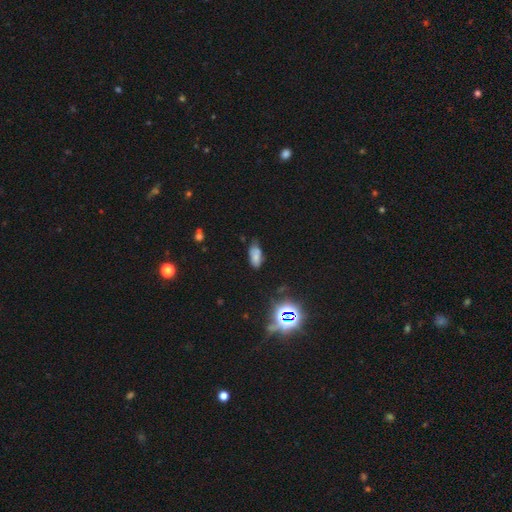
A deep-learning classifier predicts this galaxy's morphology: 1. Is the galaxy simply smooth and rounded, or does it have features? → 66% smooth, 18% star or artifact, 16% featured or disk.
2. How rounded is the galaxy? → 87% in between, 9% cigar-shaped, 3% round.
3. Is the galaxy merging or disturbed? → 56% none, 30% minor disturbance, 8% major disturbance, 5% merger.